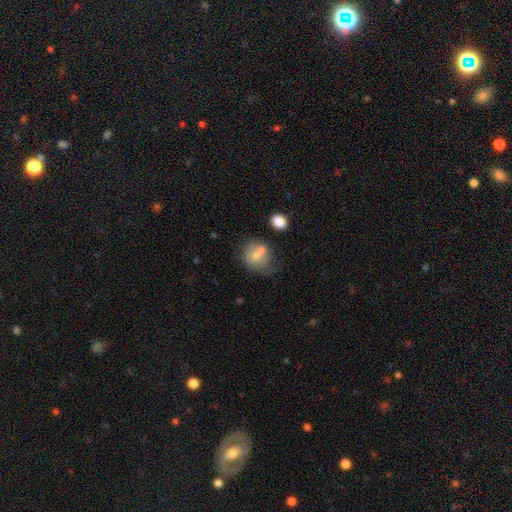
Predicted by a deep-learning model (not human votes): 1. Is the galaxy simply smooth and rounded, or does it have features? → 64% smooth, 24% featured or disk, 12% star or artifact.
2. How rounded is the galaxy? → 61% round, 38% in between, 1% cigar-shaped.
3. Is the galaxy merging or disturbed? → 40% none, 27% merger, 20% minor disturbance, 13% major disturbance.